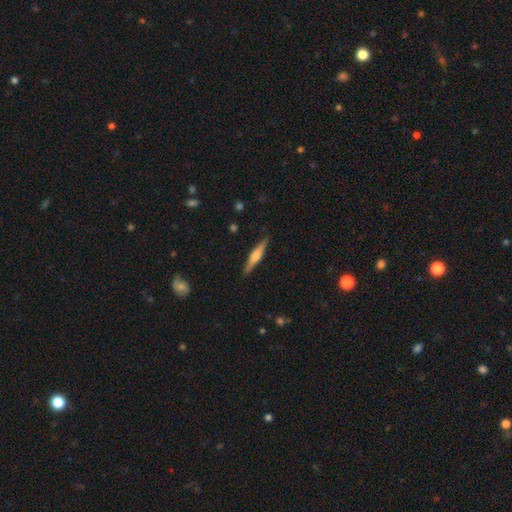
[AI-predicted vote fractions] Morphology: type=featured or disk (56%); edge-on=yes (97%); edge-on bulge=rounded (66%); merging=none (88%).